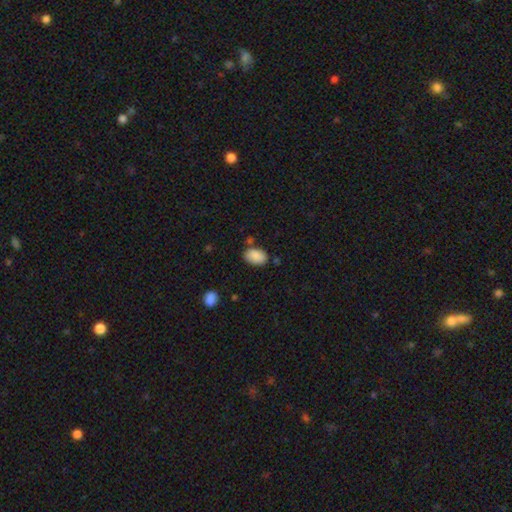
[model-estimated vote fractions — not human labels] Smooth or featured? smooth (88%)
How rounded? in between (88%)
Merging? none (74%)